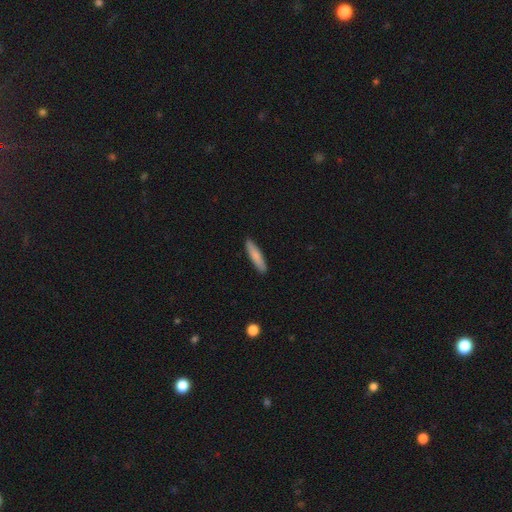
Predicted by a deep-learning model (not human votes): A smooth galaxy with no disk features (81%) that is cigar-shaped (84%). Merging: none (90%).